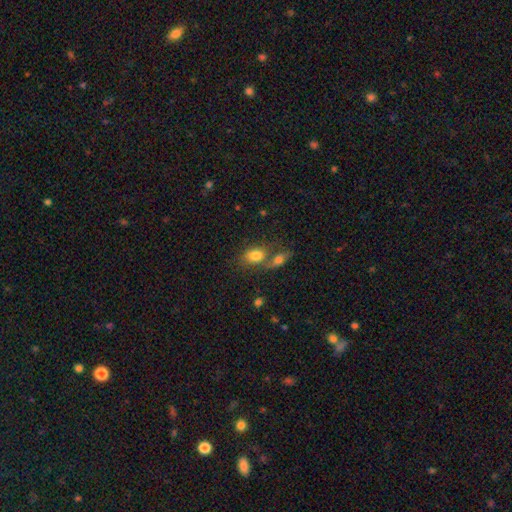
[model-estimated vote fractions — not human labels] smooth-or-featured: smooth: 78% | featured or disk: 12% | star or artifact: 9%
  how-rounded: in between: 81% | round: 17% | cigar-shaped: 2%
  merging: merger: 50% | none: 34% | minor disturbance: 10% | major disturbance: 6%